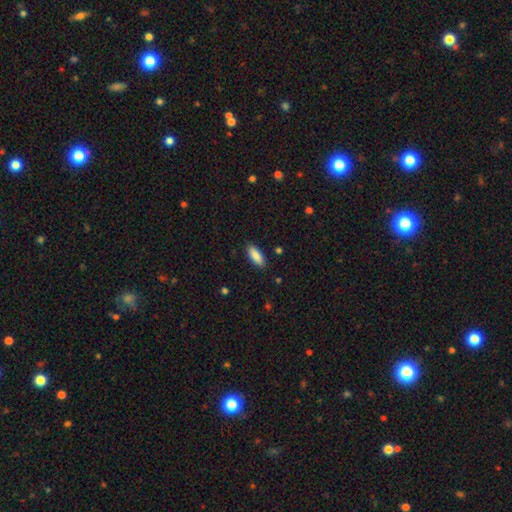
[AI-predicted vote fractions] This appears to be a smooth galaxy with no disk features (88%) that is in between round and cigar-shaped (78%). Merging: none (88%).